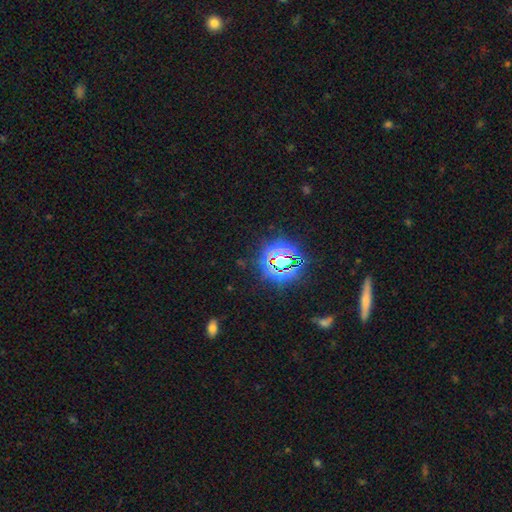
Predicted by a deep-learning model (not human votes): A star or artifact, not a galaxy (71%).